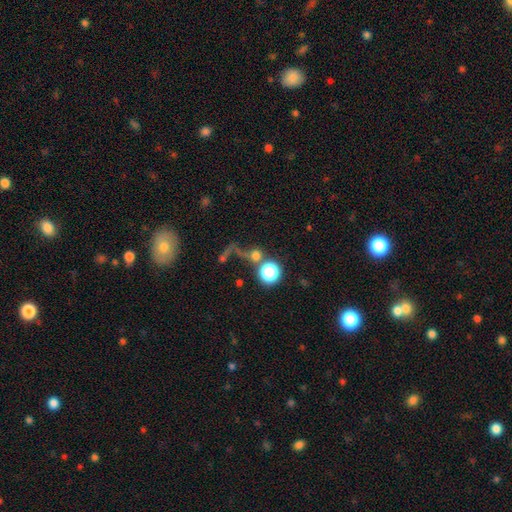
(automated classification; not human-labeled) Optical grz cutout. It shows a smooth galaxy with no disk features (60%) that is round (84%). Merging: none (40%).